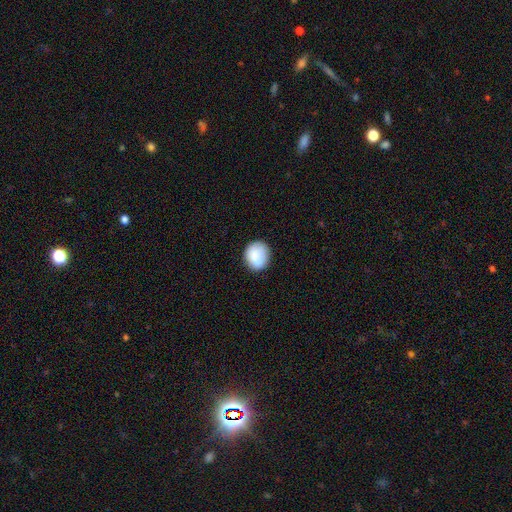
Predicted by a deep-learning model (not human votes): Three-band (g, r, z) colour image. It shows a smooth galaxy with no disk features (87%) that is round (72%). Merging: none (83%).